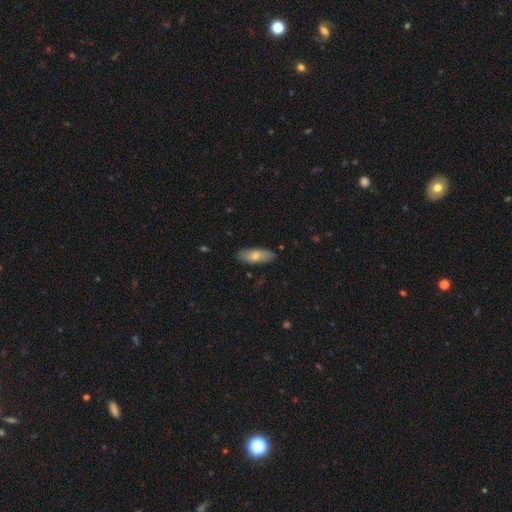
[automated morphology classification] This is likely a smooth galaxy (72%). How rounded: likely in between (74%). Merging: clearly none (86%).